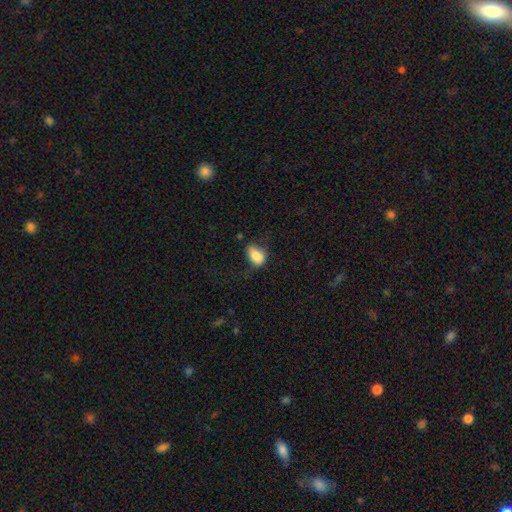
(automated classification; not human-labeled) The model was most divided on "merging": none: 47%, minor disturbance: 34%, major disturbance: 16%, merger: 3%. More confident: how rounded — in between (84%); smooth or featured — smooth (81%).